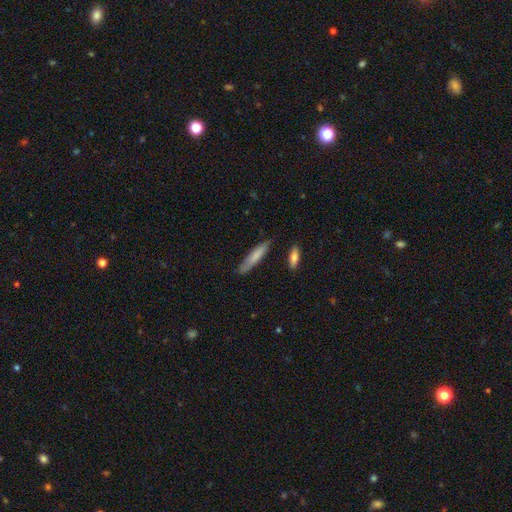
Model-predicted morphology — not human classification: A smooth galaxy with no disk features (75%) that is cigar-shaped (86%).

Vote fractions:
- Smooth or featured? smooth: 75% / featured or disk: 20% / star or artifact: 6%
- How rounded? cigar-shaped: 86% / in between: 12% / round: 1%
- Merging? none: 78% / minor disturbance: 16% / major disturbance: 3% / merger: 2%